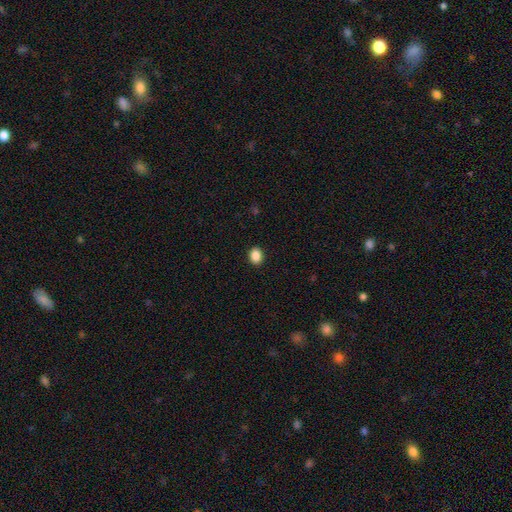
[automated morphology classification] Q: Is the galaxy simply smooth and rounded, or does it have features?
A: smooth — 88%.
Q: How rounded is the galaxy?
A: in between — 54%.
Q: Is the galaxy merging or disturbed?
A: none — 91%.